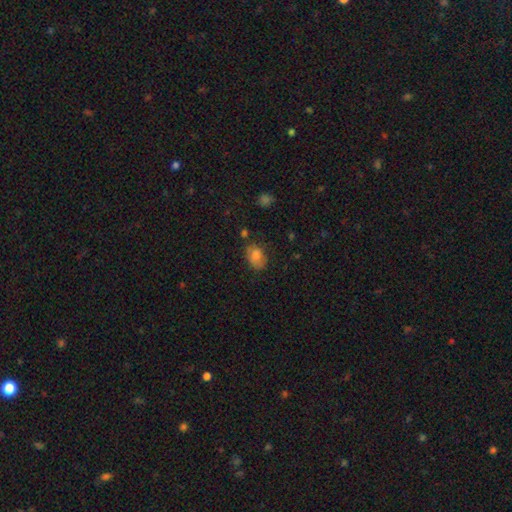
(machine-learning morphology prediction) Overall: smooth (77%). How rounded: in between (78%). Merging: none (70%).